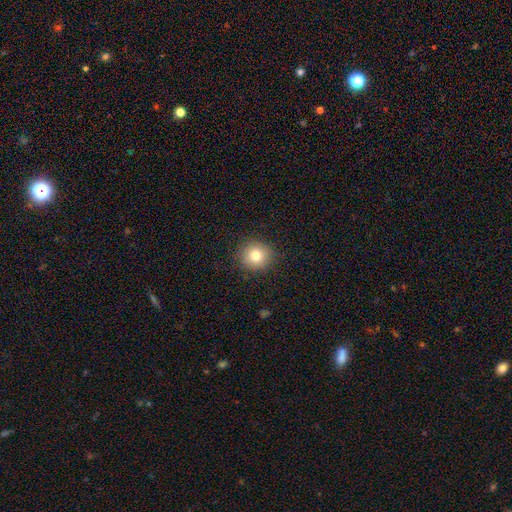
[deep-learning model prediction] smooth_or_featured: smooth (p=0.80) [alt: star or artifact p=0.11]
how_rounded: round (p=0.91) [alt: in between p=0.08]
merging: none (p=0.89) [alt: minor disturbance p=0.08]